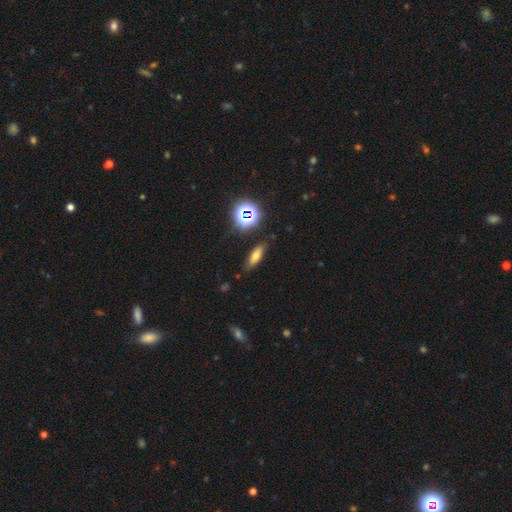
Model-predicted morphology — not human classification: This appears to be a smooth galaxy with no disk features (65%) that is in between round and cigar-shaped (54%). Merging: none (80%).